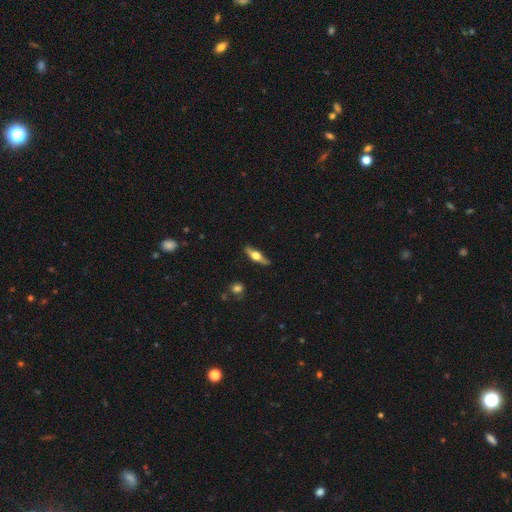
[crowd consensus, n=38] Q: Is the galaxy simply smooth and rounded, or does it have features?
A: featured or disk — 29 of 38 (76%).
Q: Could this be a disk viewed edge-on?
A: yes — 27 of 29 (93%).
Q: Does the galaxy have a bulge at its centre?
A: rounded — 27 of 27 (100%).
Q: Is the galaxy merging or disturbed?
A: none — 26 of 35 (74%).